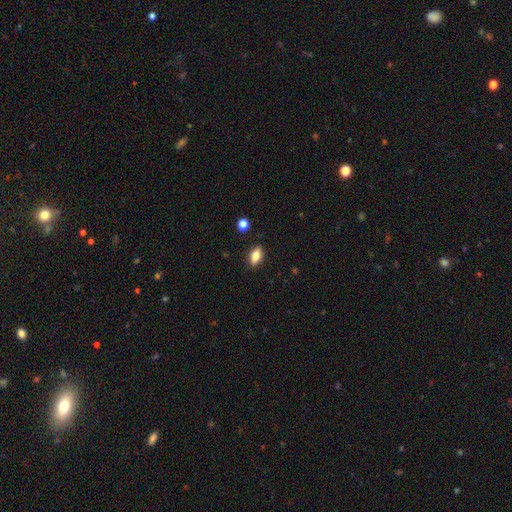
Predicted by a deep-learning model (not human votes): Overall: smooth (78%). How rounded: in between (85%). Merging: none (87%).